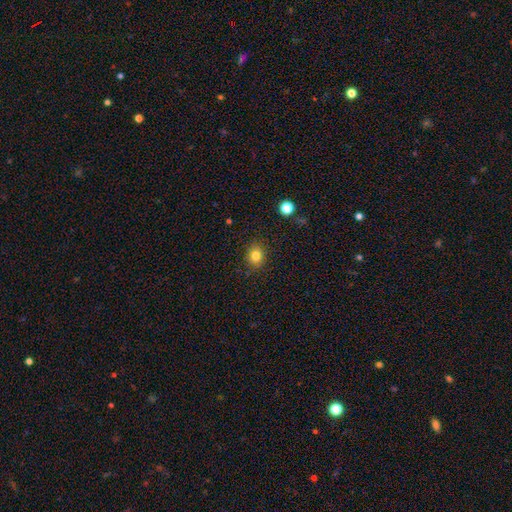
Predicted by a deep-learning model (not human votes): smooth-or-featured: smooth: 80% | star or artifact: 12% | featured or disk: 7%
  how-rounded: round: 68% | in between: 31% | cigar-shaped: 1%
  merging: none: 86% | minor disturbance: 10% | major disturbance: 3% | merger: 1%